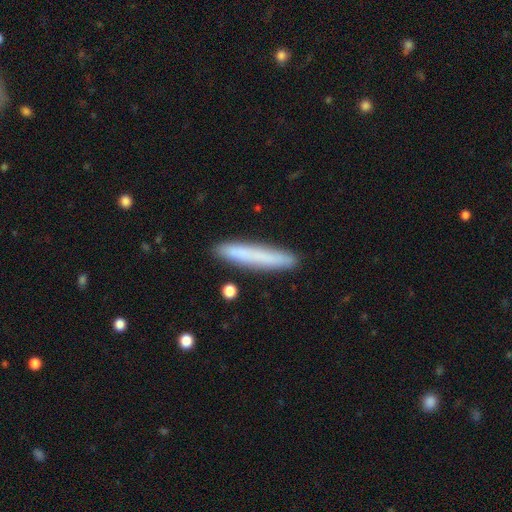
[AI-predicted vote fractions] Smooth or featured?
  - smooth: 74% *
  - featured or disk: 19%
  - star or artifact: 7%
How rounded?
  - cigar-shaped: 94% *
  - in between: 4%
  - round: 1%
Merging?
  - none: 87% *
  - minor disturbance: 9%
  - merger: 2%
  - major disturbance: 2%